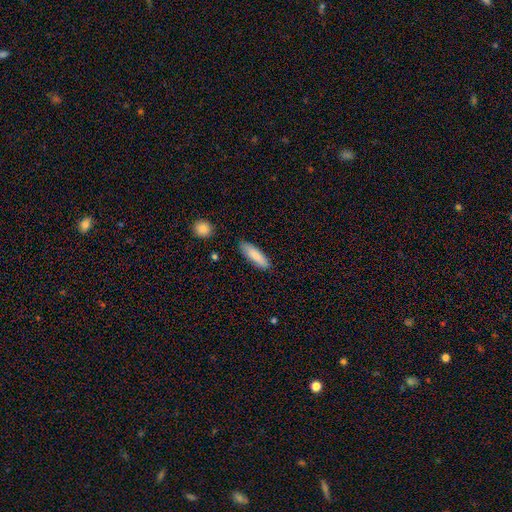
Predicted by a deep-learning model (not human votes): Smooth or featured?
  - smooth: 83% *
  - featured or disk: 11%
  - star or artifact: 6%
How rounded?
  - cigar-shaped: 58% *
  - in between: 41%
  - round: 2%
Merging?
  - none: 85% *
  - minor disturbance: 11%
  - major disturbance: 2%
  - merger: 2%